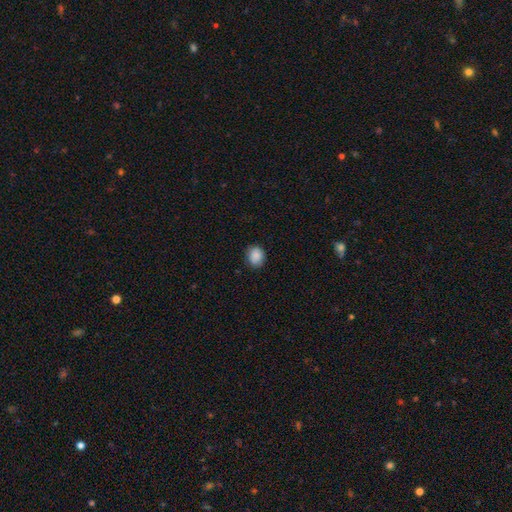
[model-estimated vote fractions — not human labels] Smooth or featured?
  - smooth: 88% *
  - star or artifact: 8%
  - featured or disk: 4%
How rounded?
  - round: 60% *
  - in between: 39%
  - cigar-shaped: 1%
Merging?
  - none: 82% *
  - minor disturbance: 14%
  - major disturbance: 3%
  - merger: 1%